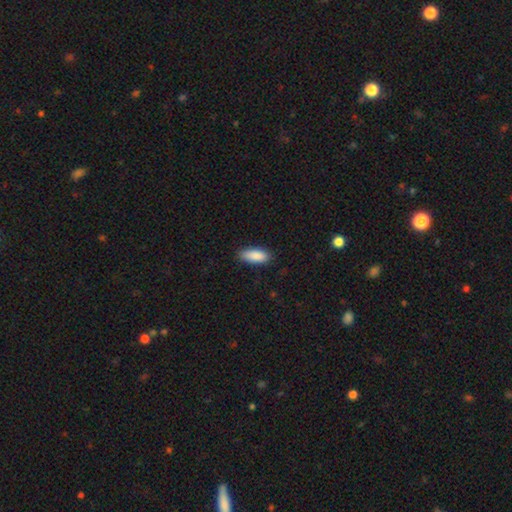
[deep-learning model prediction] This is clearly a smooth galaxy (89%). How rounded: likely in between (79%). Merging: clearly none (85%).